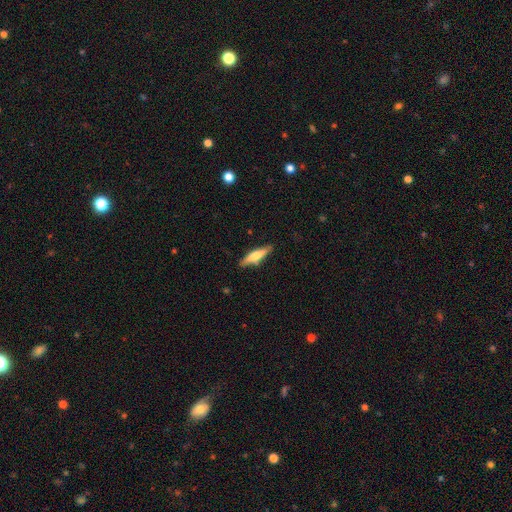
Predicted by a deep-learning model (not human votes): Smooth or featured? smooth (53%)
How rounded? cigar-shaped (76%)
Merging? none (82%)